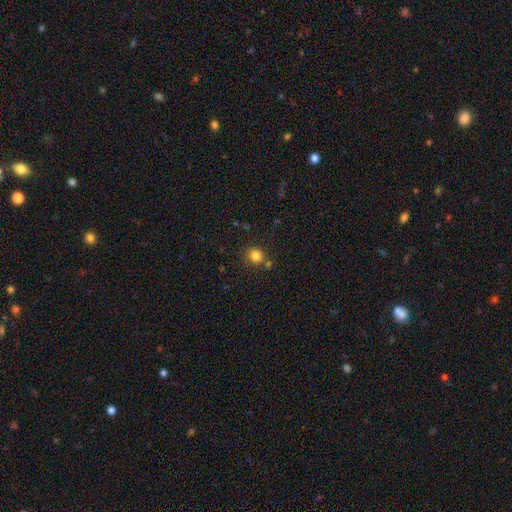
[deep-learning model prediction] Smooth or featured: smooth — 82% (star or artifact — 12%)
How rounded: round — 88% (in between — 11%)
Merging: none — 75% (merger — 11%)